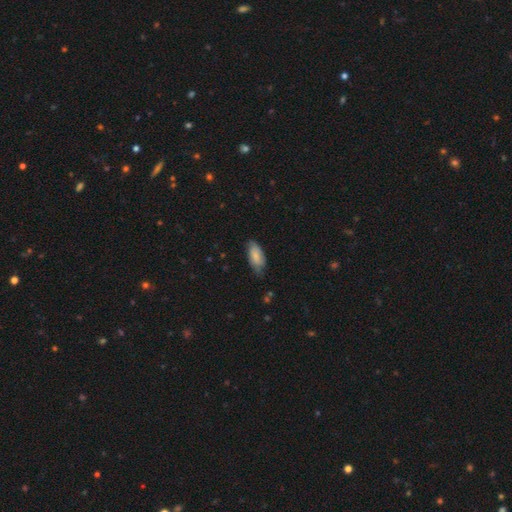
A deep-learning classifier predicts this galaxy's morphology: smooth_or_featured: smooth (p=0.76) [alt: featured or disk p=0.18]
how_rounded: in between (p=0.88) [alt: cigar-shaped p=0.10]
merging: none (p=0.61) [alt: minor disturbance p=0.32]